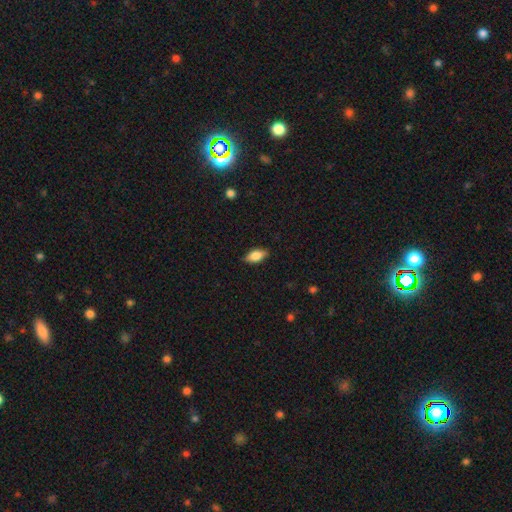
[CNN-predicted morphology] smooth 75%, featured or disk 18%, star or artifact 7%. Down the decision tree: how rounded — in between (86%); merging — none (84%).